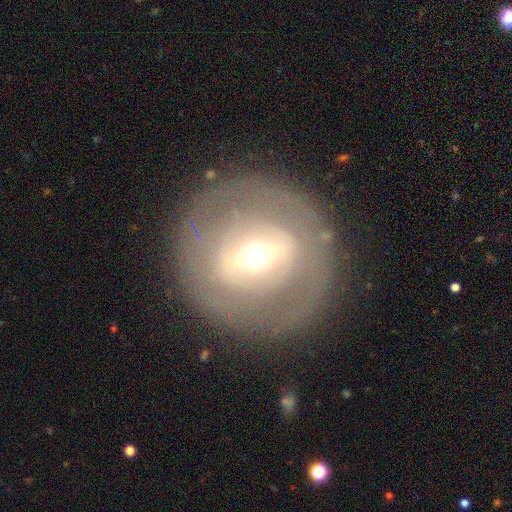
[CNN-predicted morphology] A featured or disk galaxy (64%) with a strong bar (40%), no spiral arms (71%) and a small central bulge (45%).

Vote fractions:
- Smooth or featured? featured or disk: 64% / smooth: 29% / star or artifact: 7%
- Edge-on disk? no: 91% / yes: 9%
- Bar? strong: 40% / weak: 35% / no: 25%
- Spiral arms? no: 71% / yes: 29%
- Bulge size? small: 45% / moderate: 44% / large: 7% / dominant: 2% / none: 1%
- Merging? none: 82% / minor disturbance: 10% / major disturbance: 7% / merger: 1%